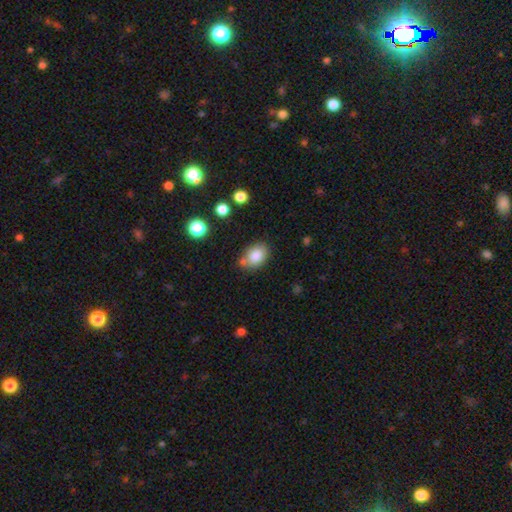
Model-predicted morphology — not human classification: type=smooth (82%); roundness=in between (77%); merging=none (67%).